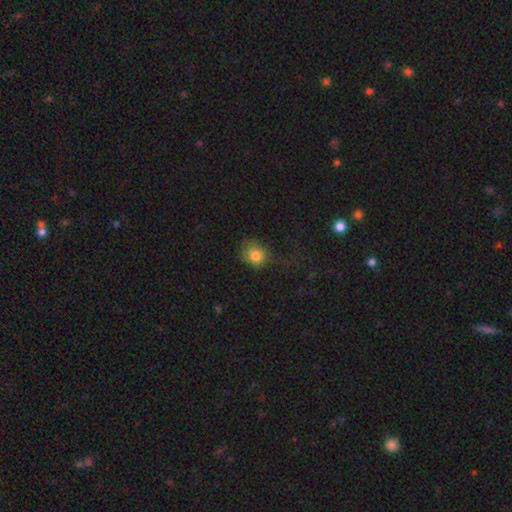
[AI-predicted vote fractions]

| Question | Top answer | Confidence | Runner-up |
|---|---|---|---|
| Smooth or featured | smooth | 81% | star or artifact (12%) |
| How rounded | round | 77% | in between (22%) |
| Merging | none | 58% | minor disturbance (25%) |